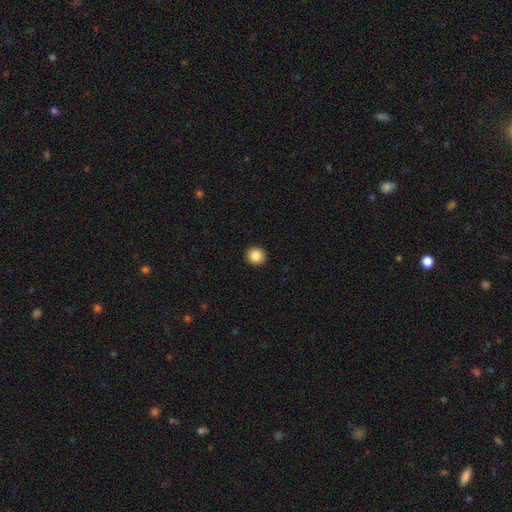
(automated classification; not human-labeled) Q: Smooth or featured?
A: smooth (86%); runner-up: star or artifact (9%)
Q: How rounded?
A: round (89%); runner-up: in between (10%)
Q: Merging?
A: none (93%); runner-up: minor disturbance (5%)